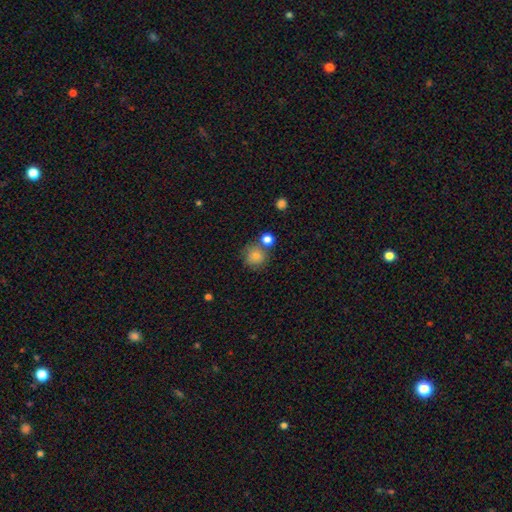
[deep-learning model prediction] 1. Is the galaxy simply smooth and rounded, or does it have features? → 81% smooth, 11% star or artifact, 7% featured or disk.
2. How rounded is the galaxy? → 90% round, 9% in between, 1% cigar-shaped.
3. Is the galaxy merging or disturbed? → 68% none, 17% merger, 11% minor disturbance, 4% major disturbance.